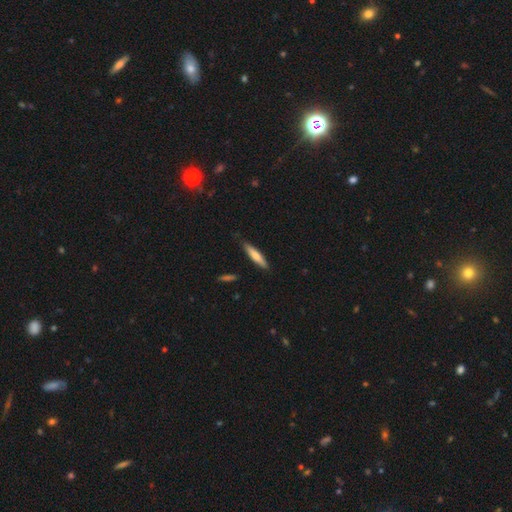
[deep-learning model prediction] smooth_or_featured: smooth (p=0.70) [alt: featured or disk p=0.25]
how_rounded: cigar-shaped (p=0.84) [alt: in between p=0.14]
merging: none (p=0.85) [alt: minor disturbance p=0.11]